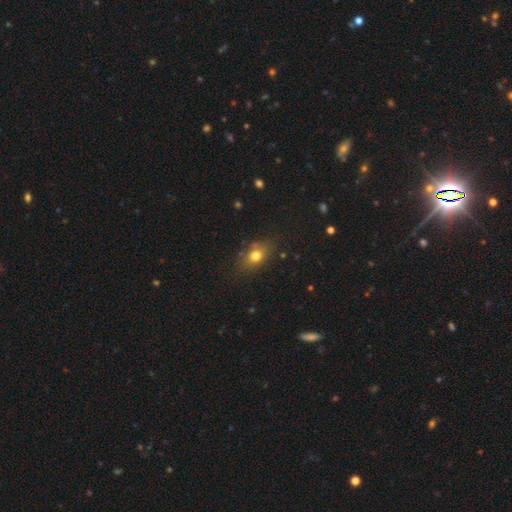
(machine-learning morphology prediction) smooth-or-featured: smooth: 75% | featured or disk: 13% | star or artifact: 12%
  how-rounded: in between: 68% | round: 29% | cigar-shaped: 3%
  merging: none: 77% | minor disturbance: 16% | major disturbance: 5% | merger: 3%